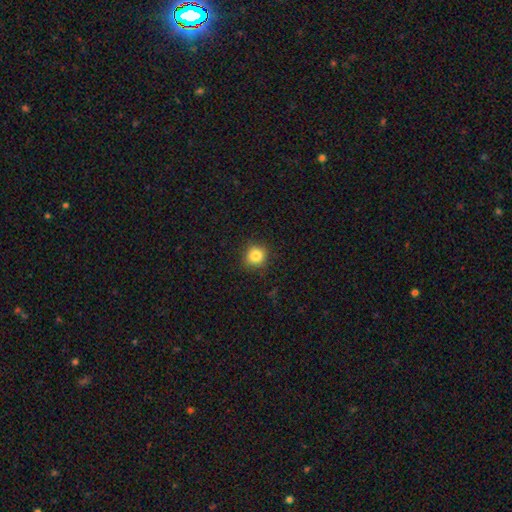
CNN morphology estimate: Smooth or featured? smooth (83%)
How rounded? round (90%)
Merging? none (87%)